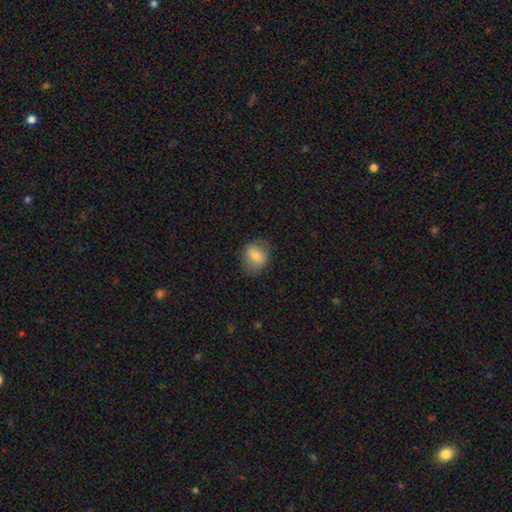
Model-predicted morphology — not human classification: This is likely a smooth galaxy (72%). How rounded: possibly in between (53%). Merging: likely none (75%).